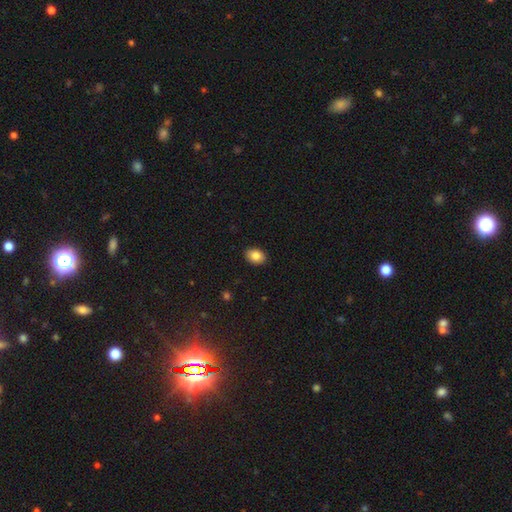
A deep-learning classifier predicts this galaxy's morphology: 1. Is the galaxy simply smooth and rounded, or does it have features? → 85% smooth, 8% star or artifact, 7% featured or disk.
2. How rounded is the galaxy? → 78% in between, 21% round, 1% cigar-shaped.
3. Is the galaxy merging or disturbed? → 90% none, 8% minor disturbance, 2% major disturbance, 1% merger.